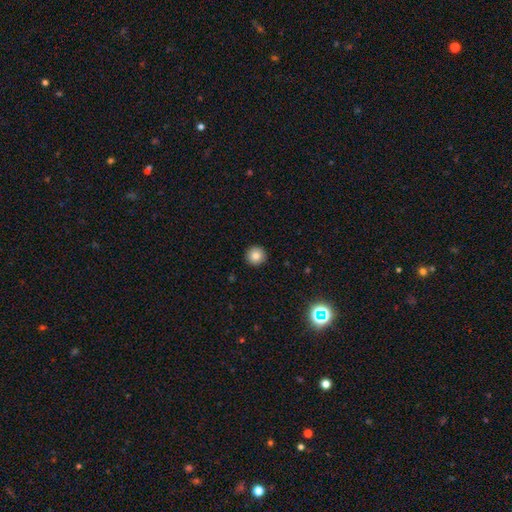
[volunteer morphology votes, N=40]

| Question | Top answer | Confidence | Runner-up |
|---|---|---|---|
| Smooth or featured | smooth | 72% | featured or disk (15%) |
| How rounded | round | 97% | in between (3%) |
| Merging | none | 91% | minor disturbance (6%) |